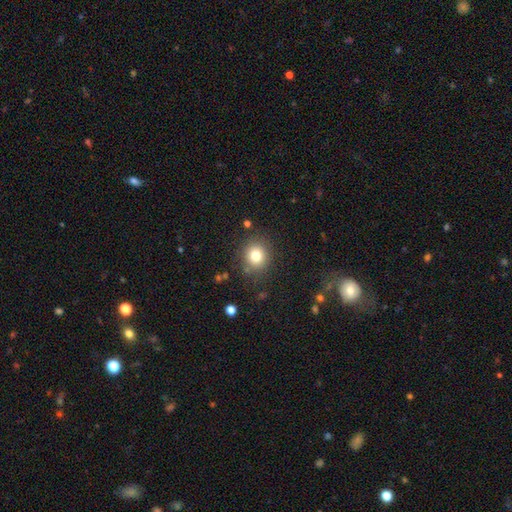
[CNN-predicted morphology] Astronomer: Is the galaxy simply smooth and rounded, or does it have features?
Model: smooth — 79%.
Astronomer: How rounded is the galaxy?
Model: round — 83%.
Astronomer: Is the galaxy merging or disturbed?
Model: none — 83%.